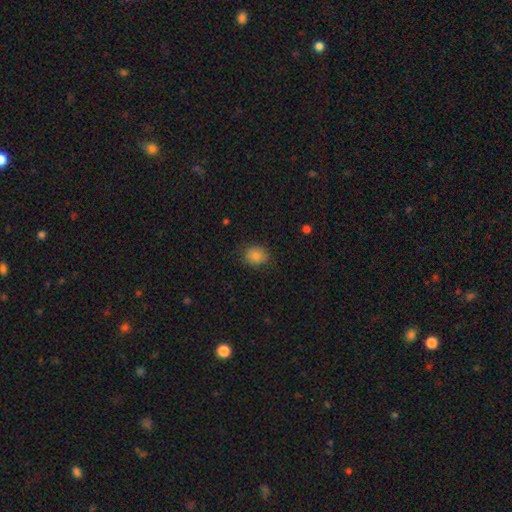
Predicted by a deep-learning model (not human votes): The model was most divided on "how rounded": round: 65%, in between: 34%, cigar-shaped: 1%. More confident: smooth or featured — smooth (81%); merging — none (78%).